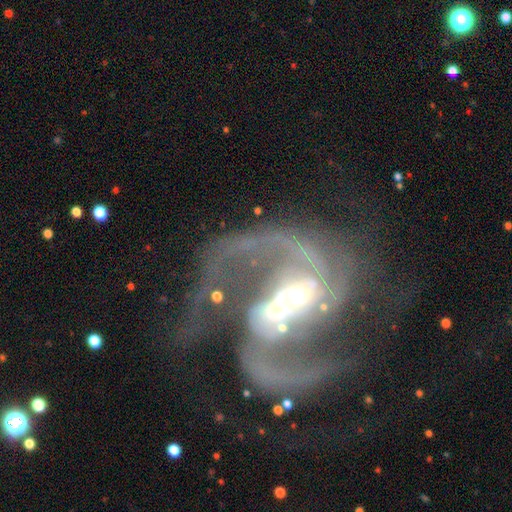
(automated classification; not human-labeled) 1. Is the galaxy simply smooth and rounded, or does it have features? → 91% featured or disk, 6% star or artifact, 3% smooth.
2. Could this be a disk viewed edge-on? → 98% no, 2% yes.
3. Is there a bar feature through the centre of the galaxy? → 37% weak, 31% no, 31% strong.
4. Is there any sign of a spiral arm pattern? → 97% yes, 3% no.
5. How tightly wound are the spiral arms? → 54% medium, 32% loose, 13% tight.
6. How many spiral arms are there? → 82% 2, 5% 3, 5% can't tell, 3% 1, 2% 4, 2% more than 4.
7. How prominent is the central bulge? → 49% small, 40% moderate, 6% large, 3% none, 2% dominant.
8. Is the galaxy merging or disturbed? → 37% merger, 32% none, 20% major disturbance, 11% minor disturbance.